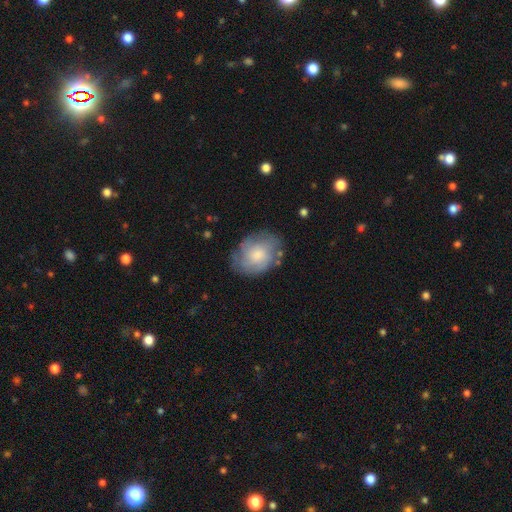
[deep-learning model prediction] The model was most divided on "smooth or featured": smooth: 50%, featured or disk: 43%, star or artifact: 7%. More confident: merging — none (67%); how rounded — in between (61%).